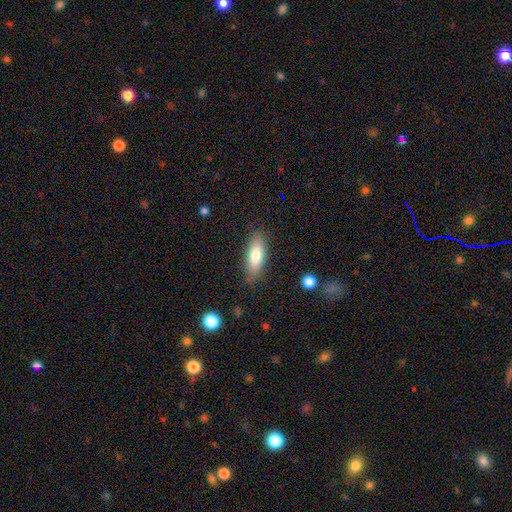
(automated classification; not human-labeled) This is likely a smooth galaxy (78%). How rounded: likely in between (66%). Merging: clearly none (84%).